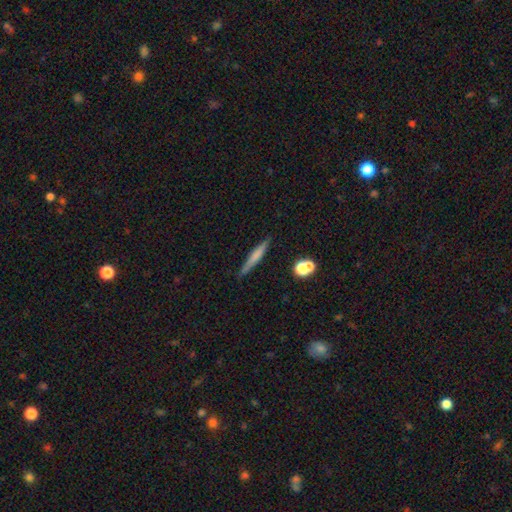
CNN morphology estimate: Overall: smooth (57%; featured or disk 35%). How rounded: cigar-shaped (92%). Merging: none (84%).